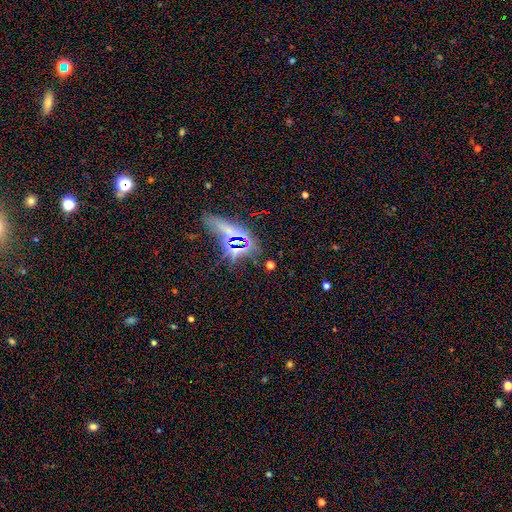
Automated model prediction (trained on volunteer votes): Morphology: type=star or artifact (61%).